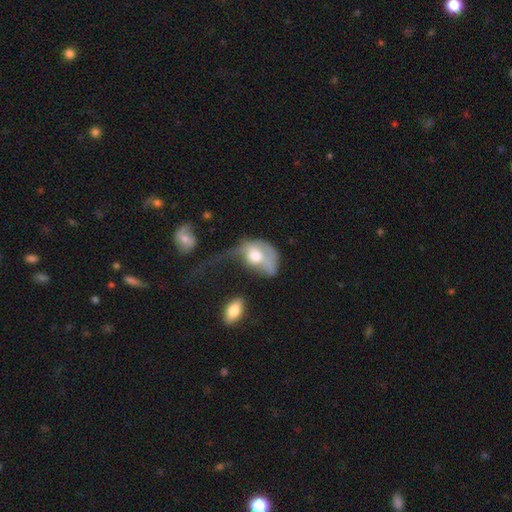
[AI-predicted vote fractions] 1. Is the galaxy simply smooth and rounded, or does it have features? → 56% smooth, 37% featured or disk, 7% star or artifact.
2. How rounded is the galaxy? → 70% in between, 28% round, 2% cigar-shaped.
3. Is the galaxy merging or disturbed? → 60% major disturbance, 14% merger, 14% minor disturbance, 12% none.